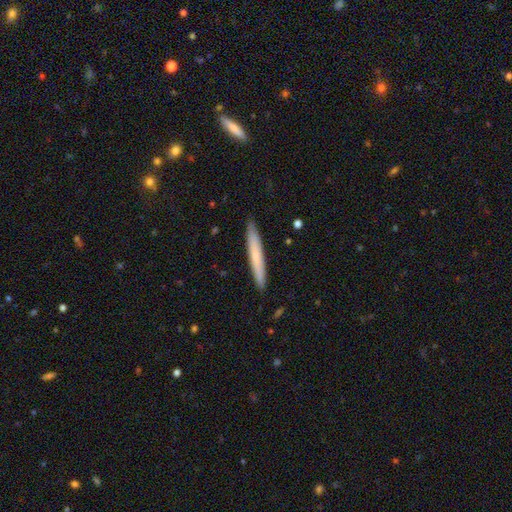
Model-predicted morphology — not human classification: smooth_or_featured: smooth (p=0.64) [alt: featured or disk p=0.30]
how_rounded: cigar-shaped (p=0.96) [alt: in between p=0.03]
merging: none (p=0.91) [alt: minor disturbance p=0.07]